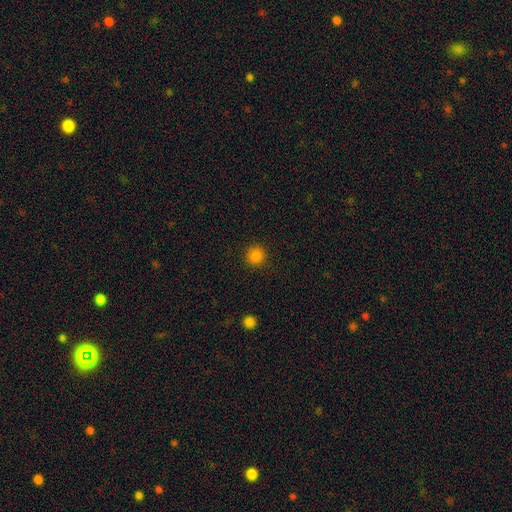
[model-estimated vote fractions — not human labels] Smooth or featured? Predicted: smooth (p=0.84). How rounded? Predicted: round (p=0.94). Merging? Predicted: none (p=0.92).